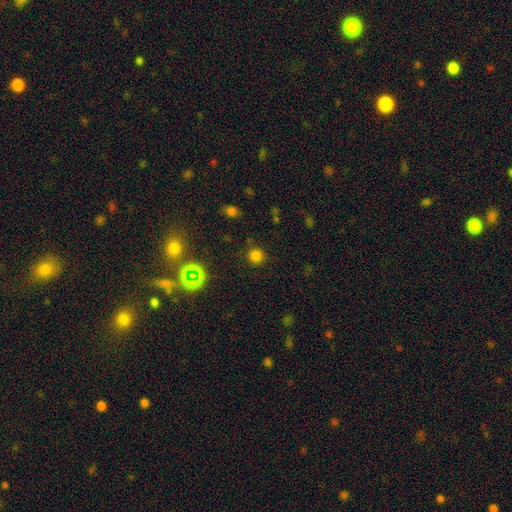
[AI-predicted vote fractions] Smooth or featured? smooth (73%)
How rounded? round (93%)
Merging? none (86%)